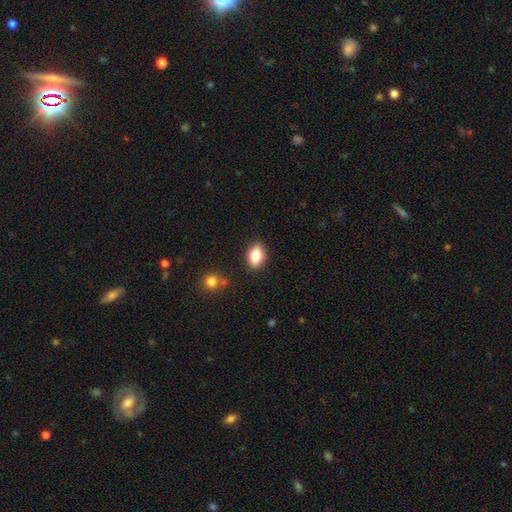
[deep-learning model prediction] Smooth or featured: smooth — 82% (featured or disk — 10%)
How rounded: in between — 83% (round — 15%)
Merging: none — 86% (minor disturbance — 10%)